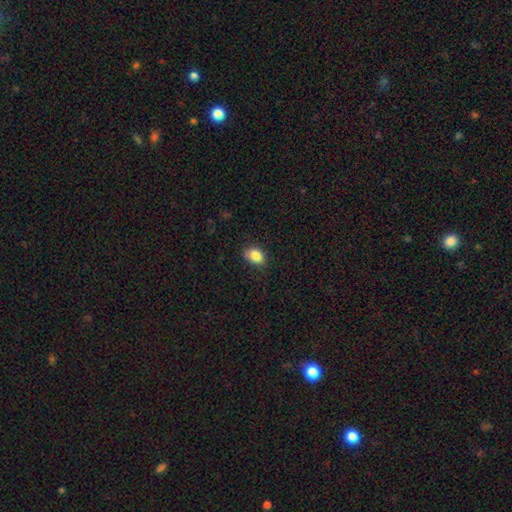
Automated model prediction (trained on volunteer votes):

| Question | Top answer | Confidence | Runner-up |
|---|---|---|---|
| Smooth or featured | smooth | 85% | star or artifact (9%) |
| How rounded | in between | 73% | round (26%) |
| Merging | none | 78% | minor disturbance (18%) |